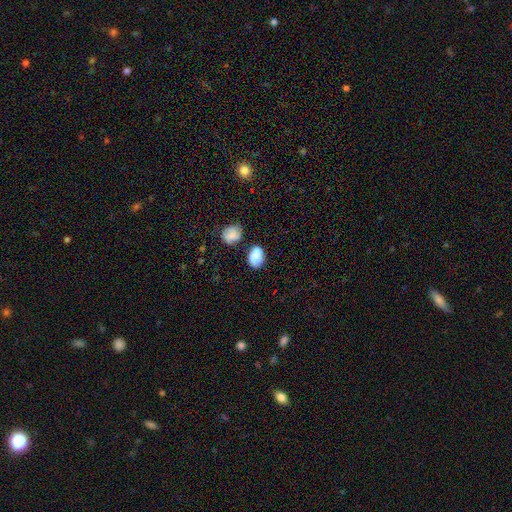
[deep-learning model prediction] Smooth or featured? smooth (75%)
How rounded? in between (74%)
Merging? none (56%)